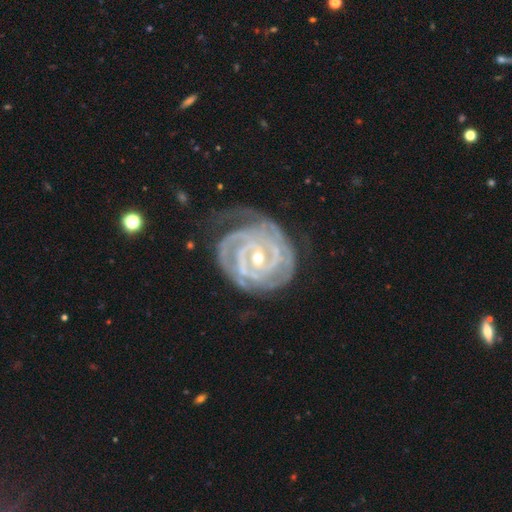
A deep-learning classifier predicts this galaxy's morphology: Q: Smooth or featured?
A: featured or disk (92%); runner-up: star or artifact (5%)
Q: Edge-on disk?
A: no (97%); runner-up: yes (3%)
Q: Bar?
A: weak (40%); runner-up: strong (36%)
Q: Spiral arms?
A: yes (98%); runner-up: no (2%)
Q: Spiral winding?
A: tight (84%); runner-up: medium (14%)
Q: Spiral arm count?
A: 3 (29%); runner-up: 2 (21%)
Q: Bulge size?
A: small (58%); runner-up: moderate (39%)
Q: Merging?
A: none (67%); runner-up: minor disturbance (21%)